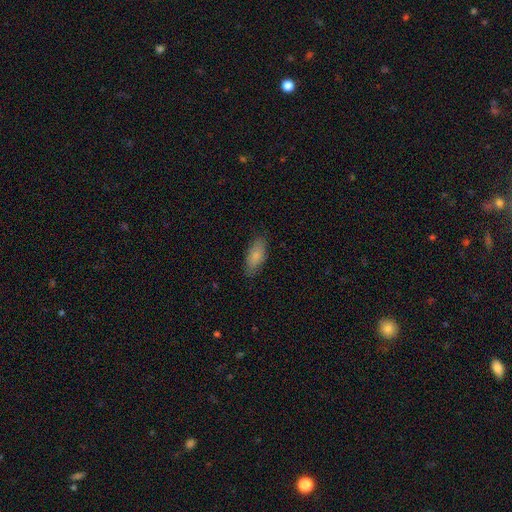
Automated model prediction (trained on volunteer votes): A smooth galaxy with no disk features (83%) that is in between round and cigar-shaped (80%).

Vote fractions:
- Smooth or featured? smooth: 83% / featured or disk: 11% / star or artifact: 6%
- How rounded? in between: 80% / cigar-shaped: 18% / round: 2%
- Merging? none: 82% / minor disturbance: 14% / major disturbance: 3% / merger: 1%